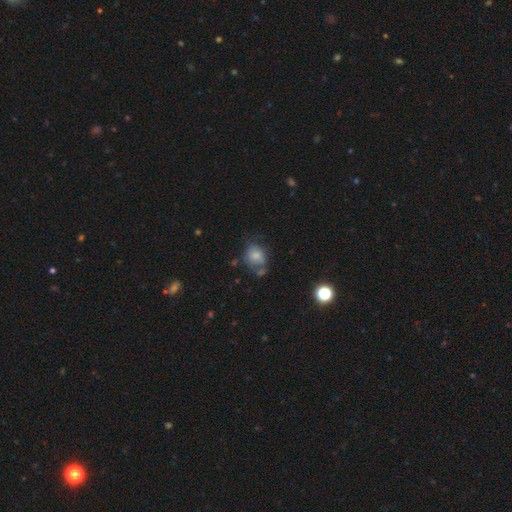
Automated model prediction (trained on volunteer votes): Smooth or featured? Predicted: smooth (p=0.68). How rounded? Predicted: round (p=0.56). Merging? Predicted: none (p=0.42).